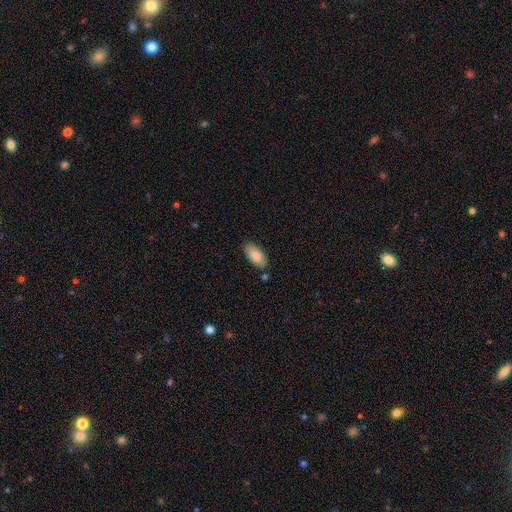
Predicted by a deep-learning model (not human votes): smooth_or_featured: smooth (p=0.83) [alt: featured or disk p=0.10]
how_rounded: in between (p=0.92) [alt: cigar-shaped p=0.06]
merging: none (p=0.82) [alt: minor disturbance p=0.12]